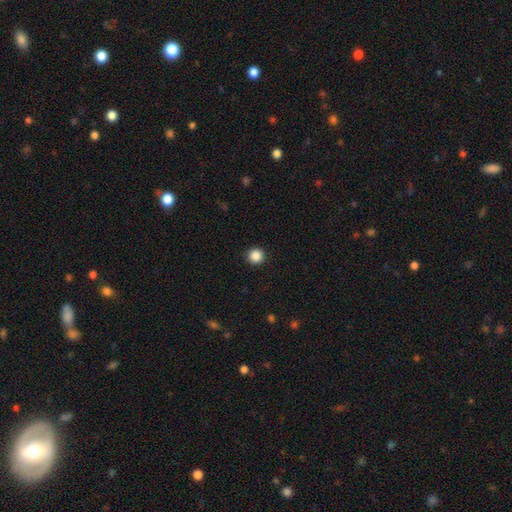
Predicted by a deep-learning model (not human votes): smooth_or_featured: smooth (p=0.87) [alt: star or artifact p=0.10]
how_rounded: round (p=0.96) [alt: in between p=0.03]
merging: none (p=0.93) [alt: minor disturbance p=0.05]